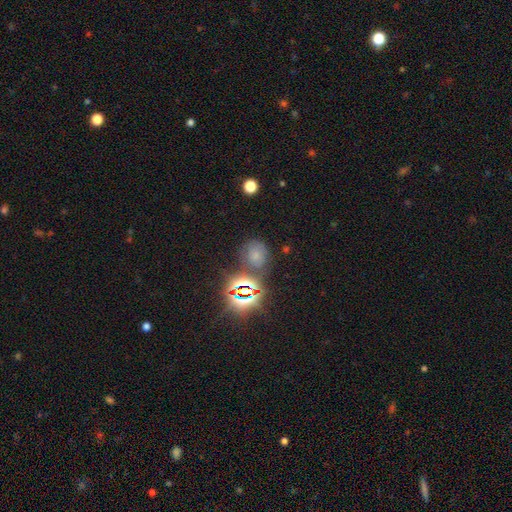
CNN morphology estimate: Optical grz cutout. It shows a smooth galaxy with no disk features (56%) that is round (72%). Merging: none (69%).